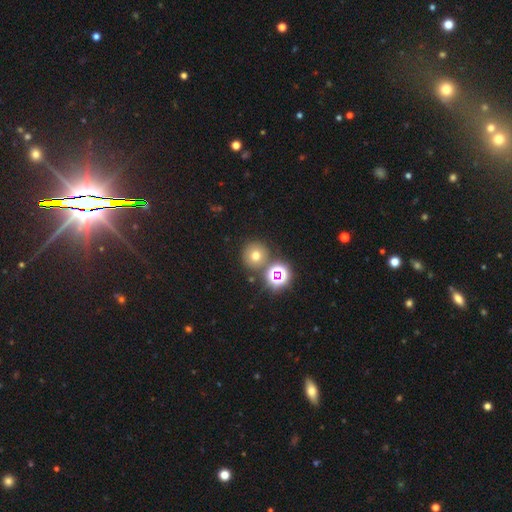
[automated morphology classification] Smooth or featured? smooth (63%)
How rounded? round (94%)
Merging? none (77%)